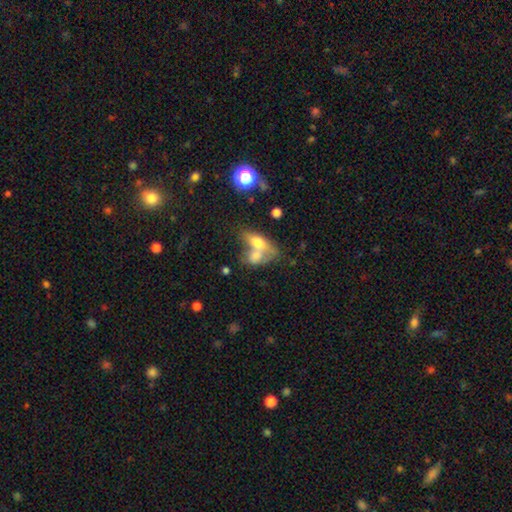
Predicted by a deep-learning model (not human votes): smooth_or_featured: smooth (p=0.64) [alt: featured or disk p=0.27]
how_rounded: in between (p=0.77) [alt: round p=0.14]
merging: merger (p=0.70) [alt: none p=0.17]